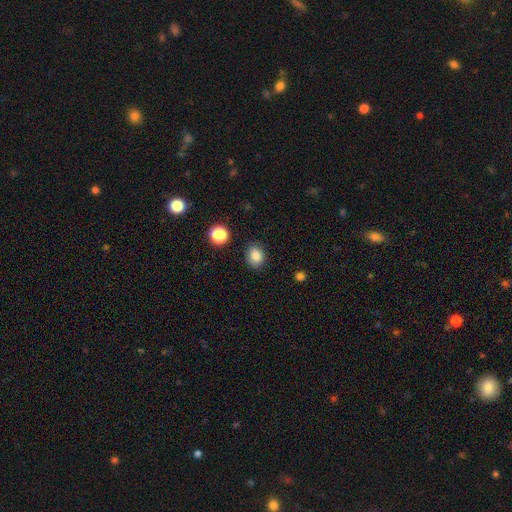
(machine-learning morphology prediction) smooth_or_featured: smooth (p=0.84) [alt: star or artifact p=0.11]
how_rounded: round (p=0.58) [alt: in between p=0.41]
merging: none (p=0.85) [alt: minor disturbance p=0.11]